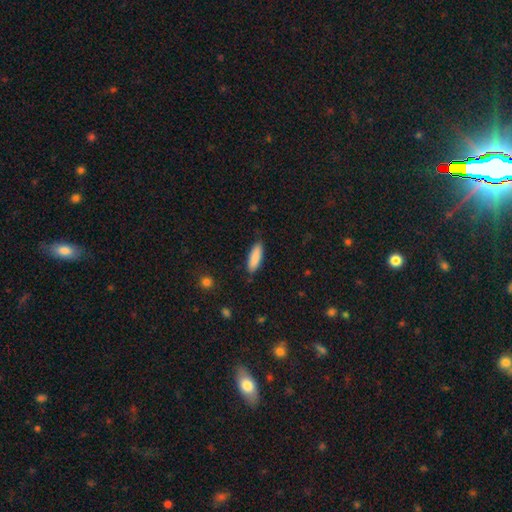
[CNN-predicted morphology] Smooth or featured: smooth — 88% (featured or disk — 6%)
How rounded: in between — 52% (cigar-shaped — 46%)
Merging: none — 84% (minor disturbance — 12%)